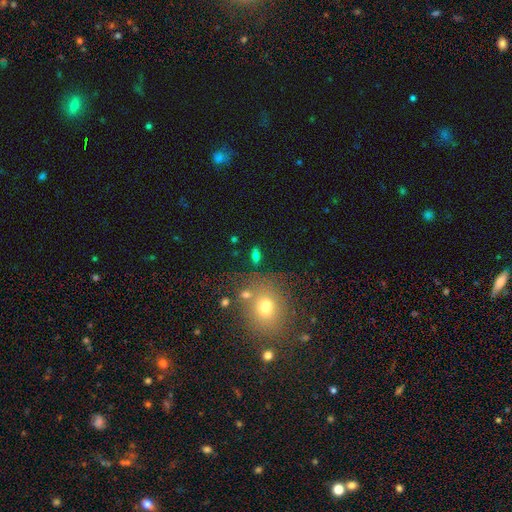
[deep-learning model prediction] smooth_or_featured: smooth (p=0.69) [alt: star or artifact p=0.16]
how_rounded: in between (p=0.71) [alt: cigar-shaped p=0.15]
merging: none (p=0.76) [alt: minor disturbance p=0.12]